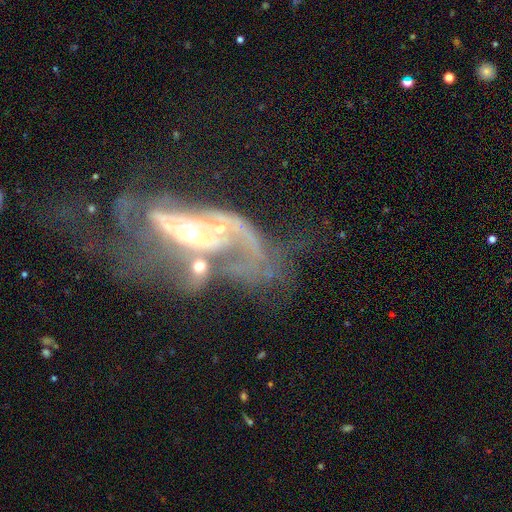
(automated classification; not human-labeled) Smooth or featured: featured or disk — 78% (smooth — 12%)
Edge-on disk: no — 92% (yes — 8%)
Bar: no — 58% (weak — 27%)
Spiral arms: yes — 77% (no — 23%)
Spiral winding: medium — 37% (loose — 34%)
Spiral arm count: 2 — 38% (can't tell — 33%)
Bulge size: small — 59% (moderate — 33%)
Merging: major disturbance — 38% (merger — 32%)